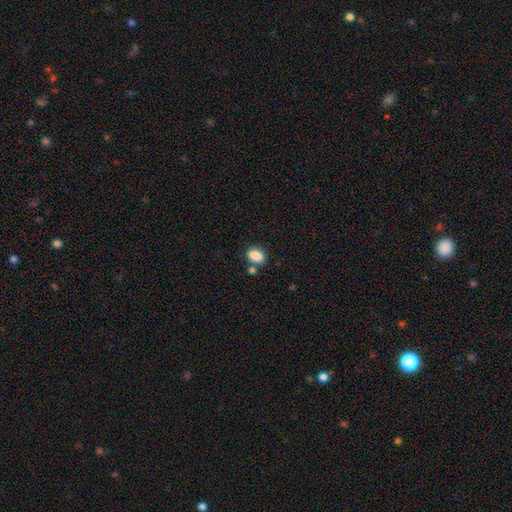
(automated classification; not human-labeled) Smooth or featured?
  - smooth: 86% *
  - star or artifact: 9%
  - featured or disk: 5%
How rounded?
  - in between: 78% *
  - round: 20%
  - cigar-shaped: 2%
Merging?
  - none: 71% *
  - merger: 13%
  - minor disturbance: 13%
  - major disturbance: 3%